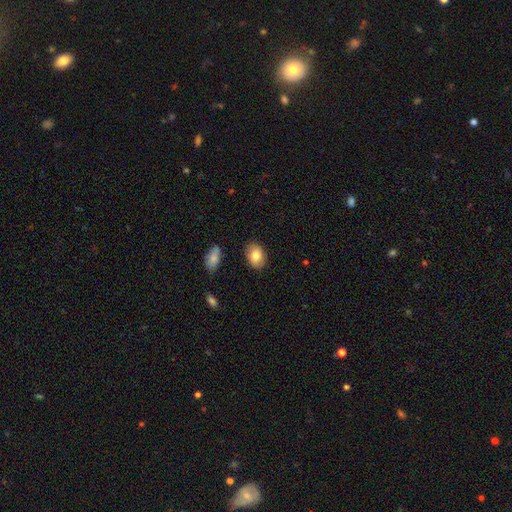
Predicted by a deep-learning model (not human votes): smooth-or-featured: smooth: 83% | featured or disk: 10% | star or artifact: 7%
  how-rounded: in between: 77% | round: 22% | cigar-shaped: 1%
  merging: none: 86% | minor disturbance: 10% | major disturbance: 2% | merger: 2%